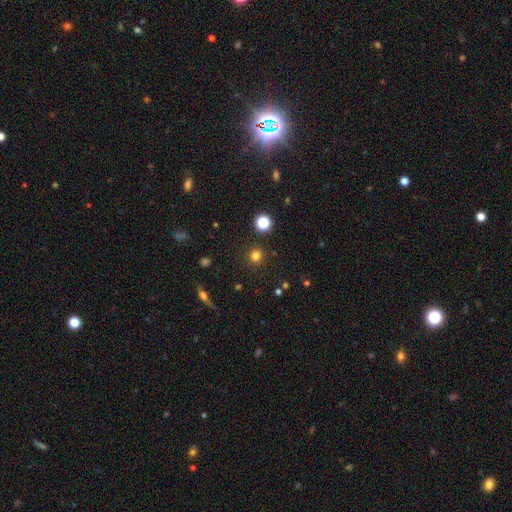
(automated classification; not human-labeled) Smooth or featured? Predicted: smooth (p=0.77). How rounded? Predicted: round (p=0.94). Merging? Predicted: none (p=0.90).